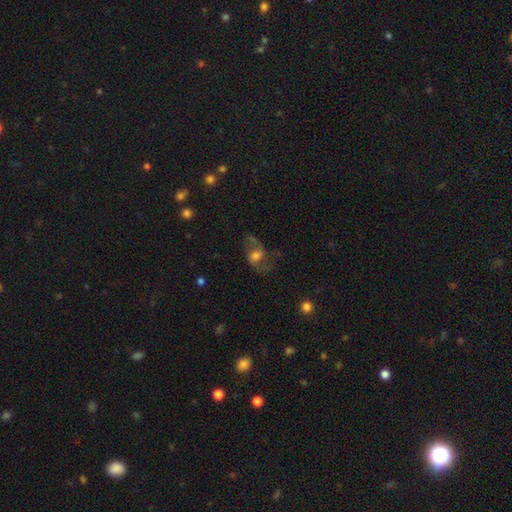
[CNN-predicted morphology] Smooth or featured?
  - featured or disk: 57% *
  - smooth: 32%
  - star or artifact: 11%
Edge-on disk?
  - no: 94% *
  - yes: 6%
Bar?
  - no: 57% *
  - weak: 34%
  - strong: 8%
Spiral arms?
  - yes: 80% *
  - no: 20%
Bulge size?
  - moderate: 51% *
  - large: 23%
  - small: 19%
  - none: 4%
  - dominant: 3%
Merging?
  - none: 55% *
  - major disturbance: 22%
  - minor disturbance: 20%
  - merger: 3%